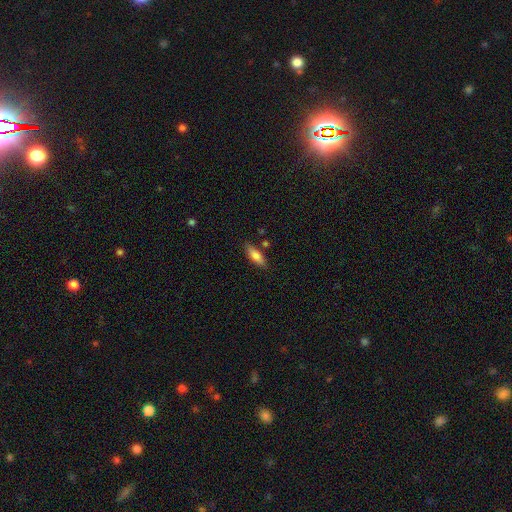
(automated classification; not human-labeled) Overall: smooth (73%). How rounded: in between (53%; cigar-shaped 45%). Merging: none (80%).